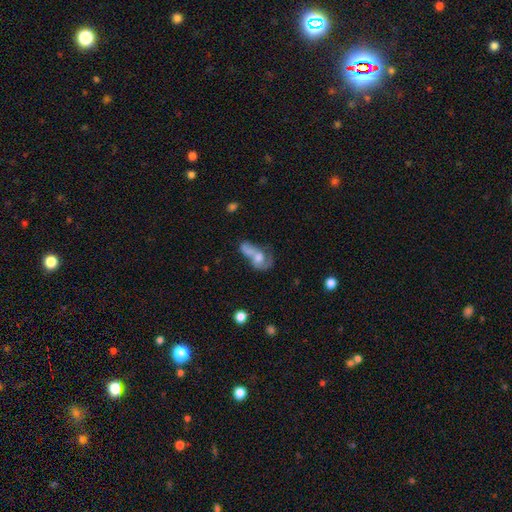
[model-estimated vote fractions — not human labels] This is possibly a smooth galaxy (46%). Merging: possibly merger (55%).